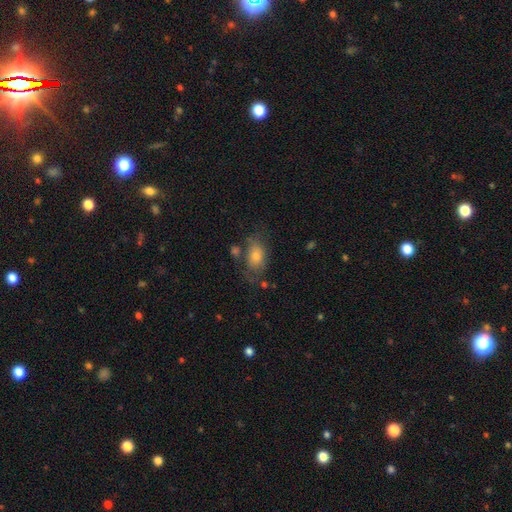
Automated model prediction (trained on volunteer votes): Q: Smooth or featured?
A: smooth (65%); runner-up: featured or disk (23%)
Q: How rounded?
A: in between (79%); runner-up: round (18%)
Q: Merging?
A: none (57%); runner-up: minor disturbance (22%)